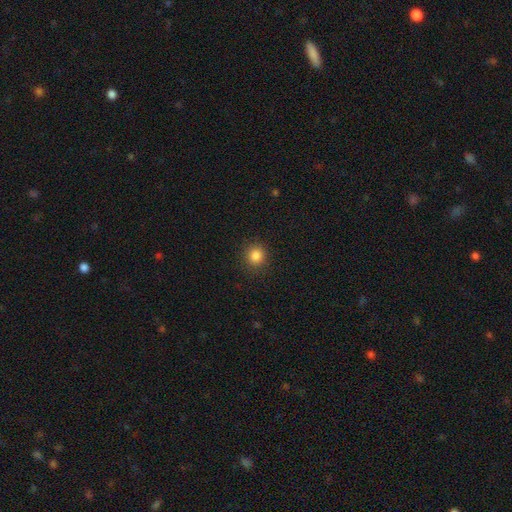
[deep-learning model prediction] The model was most divided on "smooth or featured": smooth: 84%, star or artifact: 12%, featured or disk: 4%. More confident: merging — none (90%); how rounded — round (89%).